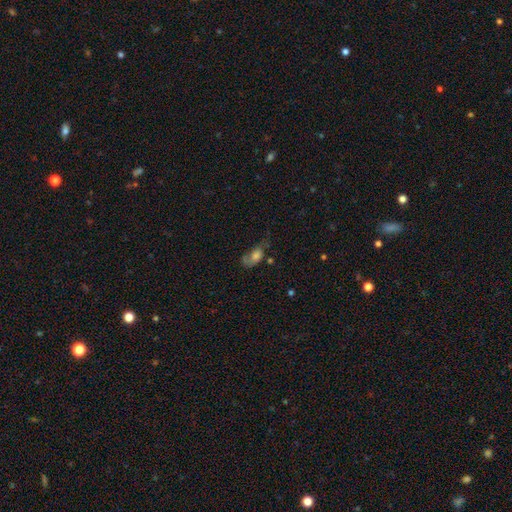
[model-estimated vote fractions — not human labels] A smooth galaxy with no disk features (56%) that is in between round and cigar-shaped (85%).

Vote fractions:
- Smooth or featured? smooth: 56% / featured or disk: 33% / star or artifact: 11%
- How rounded? in between: 85% / round: 9% / cigar-shaped: 5%
- Merging? none: 33% / major disturbance: 32% / minor disturbance: 28% / merger: 7%